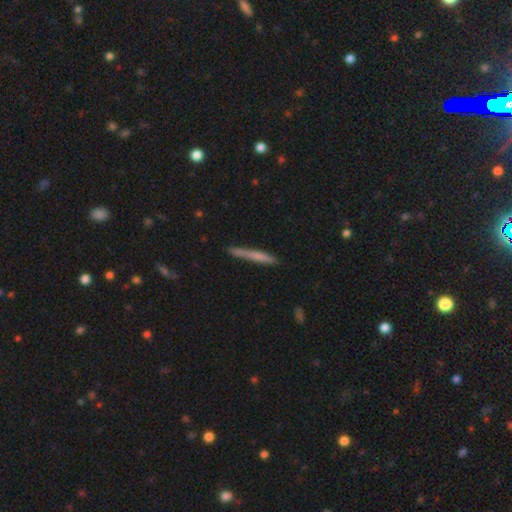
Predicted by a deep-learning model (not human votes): A smooth galaxy with no disk features (61%) that is cigar-shaped (96%).

Vote fractions:
- Smooth or featured? smooth: 61% / featured or disk: 32% / star or artifact: 6%
- How rounded? cigar-shaped: 96% / in between: 2% / round: 1%
- Merging? none: 83% / minor disturbance: 13% / major disturbance: 2% / merger: 2%